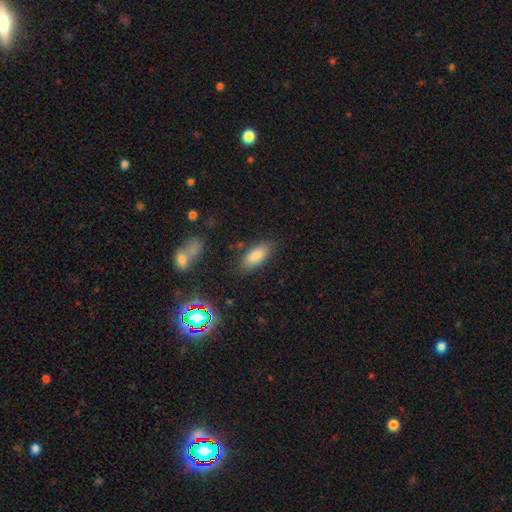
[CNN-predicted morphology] The model was most divided on "merging": none: 81%, minor disturbance: 12%, major disturbance: 4%, merger: 3%. More confident: how rounded — in between (86%); smooth or featured — smooth (84%).